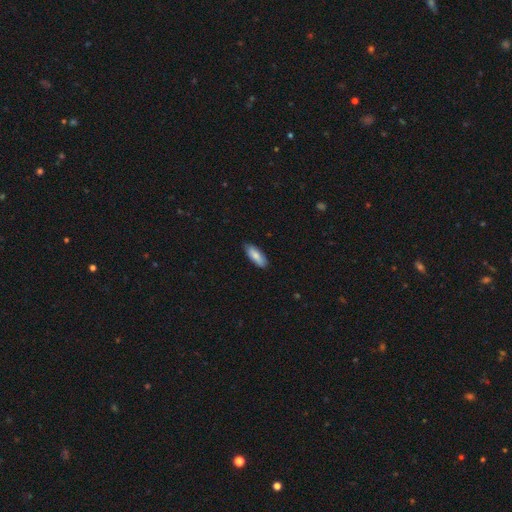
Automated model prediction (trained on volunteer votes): Overall: smooth (81%). How rounded: in between (68%; cigar-shaped 30%). Merging: none (86%).